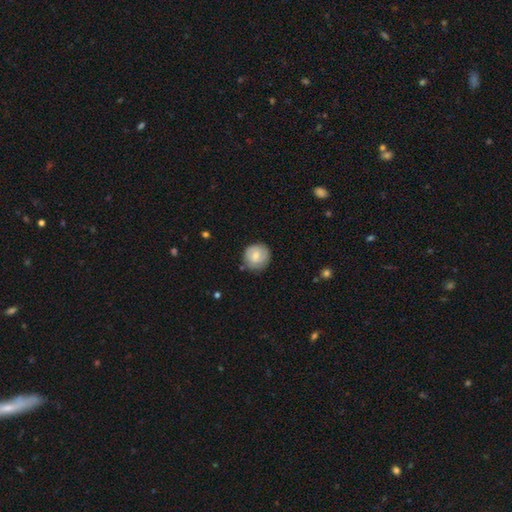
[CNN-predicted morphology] smooth_or_featured: smooth (p=0.72) [alt: featured or disk p=0.21]
how_rounded: round (p=0.92) [alt: in between p=0.07]
merging: none (p=0.80) [alt: minor disturbance p=0.15]